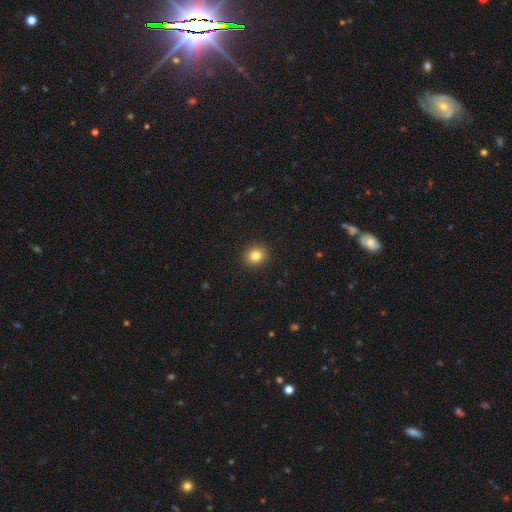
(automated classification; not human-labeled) smooth 83%, star or artifact 11%, featured or disk 6%. Down the decision tree: how rounded — round (85%); merging — none (92%).